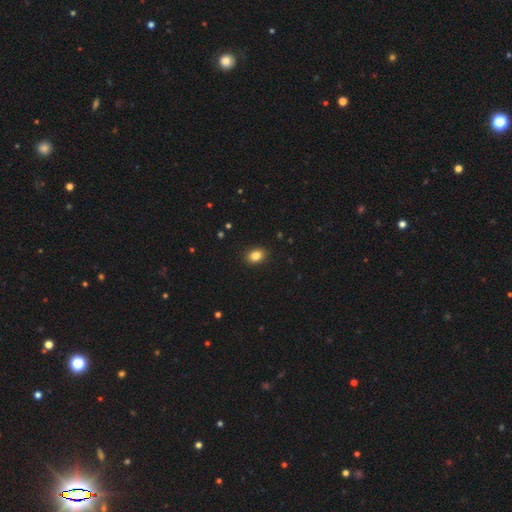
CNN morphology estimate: smooth_or_featured: smooth (p=0.84) [alt: star or artifact p=0.10]
how_rounded: in between (p=0.71) [alt: round p=0.28]
merging: none (p=0.89) [alt: minor disturbance p=0.08]